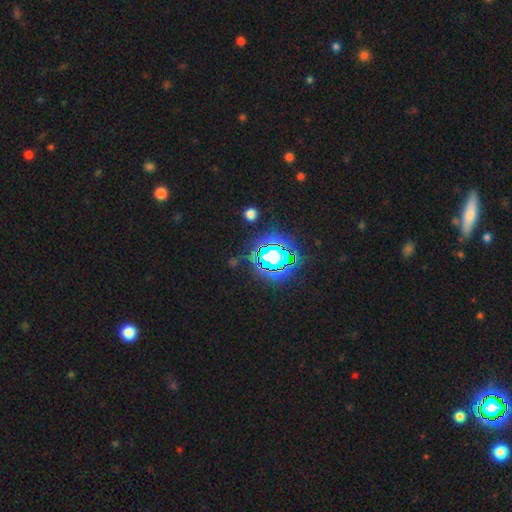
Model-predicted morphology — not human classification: Overall: star or artifact (80%).